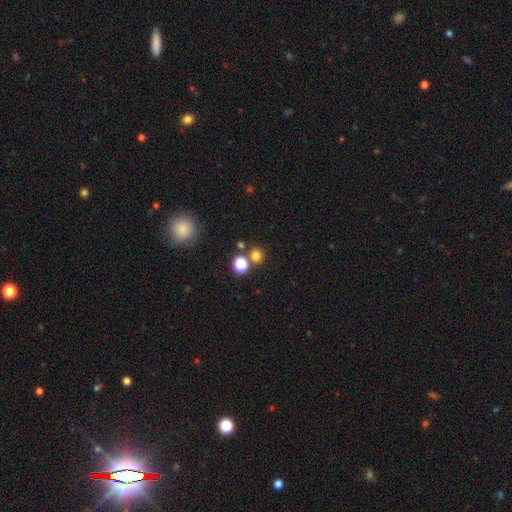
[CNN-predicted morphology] This appears to be a smooth galaxy with no disk features (75%) that is round (87%). Merging: none (74%).